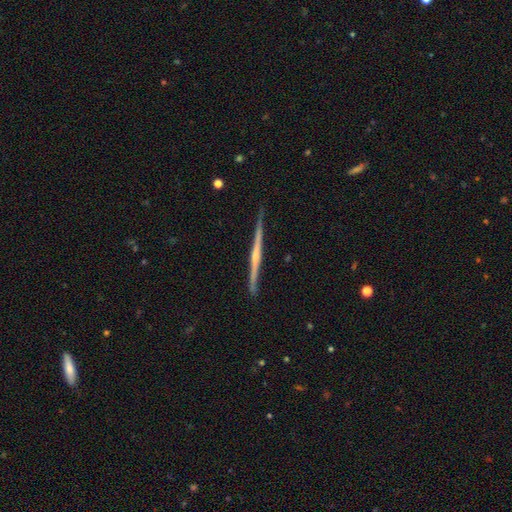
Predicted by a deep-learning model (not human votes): This is clearly a featured or disk galaxy (80%). It is clearly viewed edge-on (98%). Edge-on bulge: likely rounded (60%). Merging: clearly none (88%).